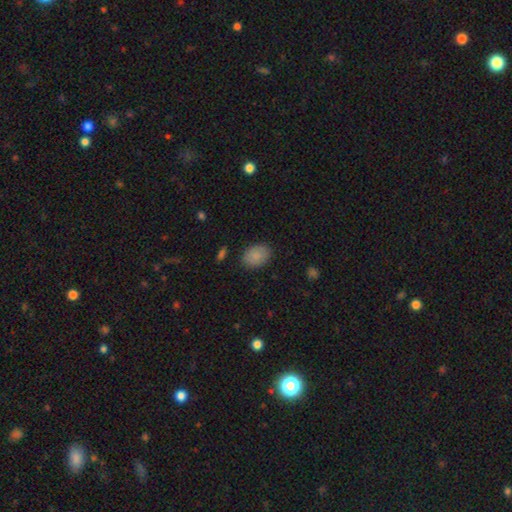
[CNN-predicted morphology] smooth_or_featured: smooth (p=0.87) [alt: star or artifact p=0.08]
how_rounded: in between (p=0.76) [alt: round p=0.23]
merging: none (p=0.85) [alt: minor disturbance p=0.11]